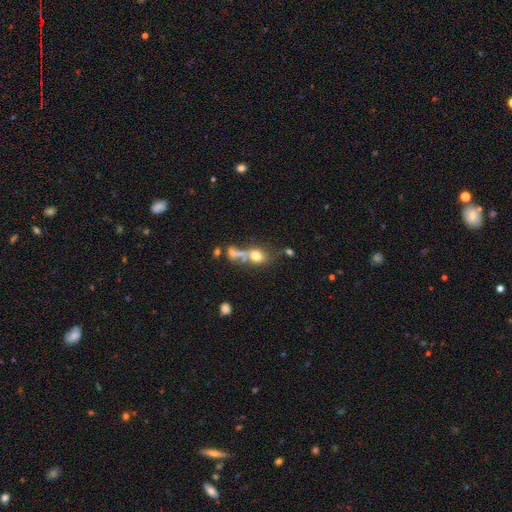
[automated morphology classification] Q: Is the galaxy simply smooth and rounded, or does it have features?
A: smooth — 65%.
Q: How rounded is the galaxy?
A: round — 52%.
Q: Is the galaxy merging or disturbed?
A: merger — 38%.